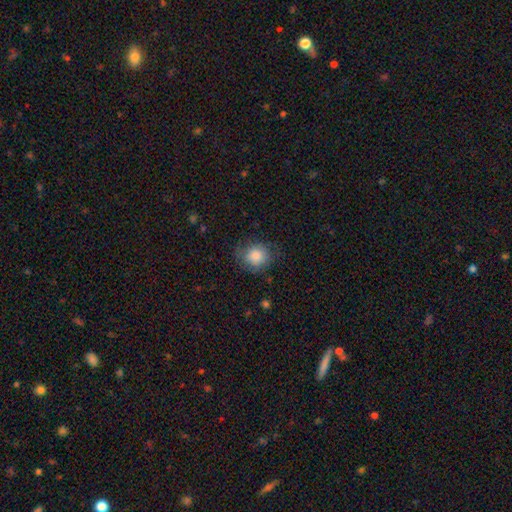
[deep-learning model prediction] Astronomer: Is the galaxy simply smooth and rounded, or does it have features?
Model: smooth — 83%.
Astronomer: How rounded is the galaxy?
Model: round — 84%.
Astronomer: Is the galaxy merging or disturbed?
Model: none — 72%.